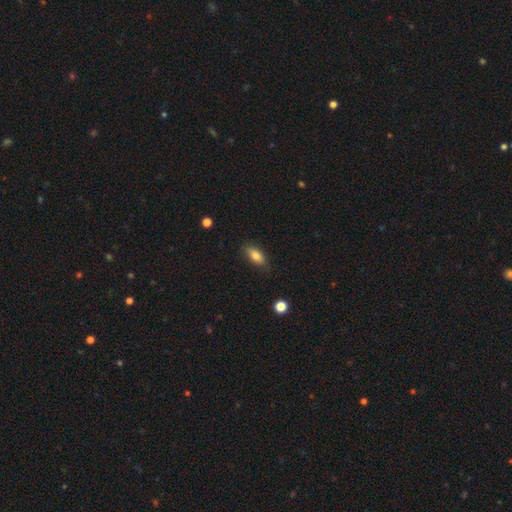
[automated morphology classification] This appears to be a smooth galaxy with no disk features (77%) that is in between round and cigar-shaped (82%). Merging: none (79%).